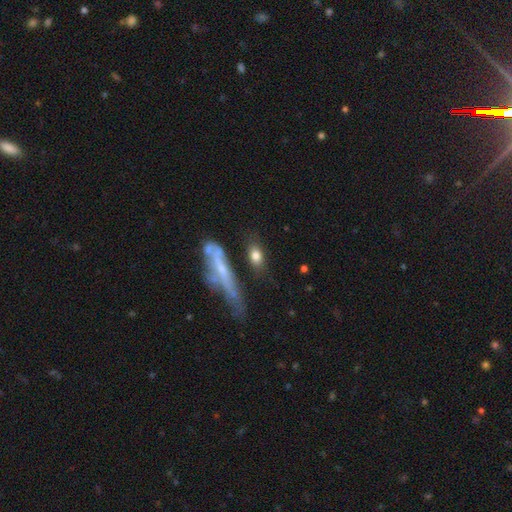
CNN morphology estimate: smooth 74%, featured or disk 19%, star or artifact 7%. Down the decision tree: how rounded — in between (70%); merging — none (63%).